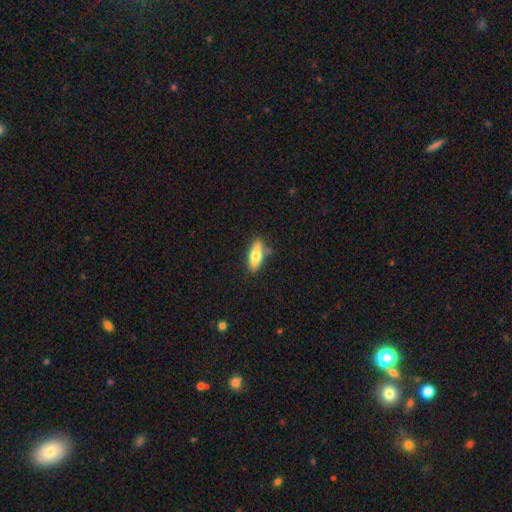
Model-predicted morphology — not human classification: This appears to be a smooth galaxy with no disk features (72%) that is in between round and cigar-shaped (60%). Merging: none (78%).